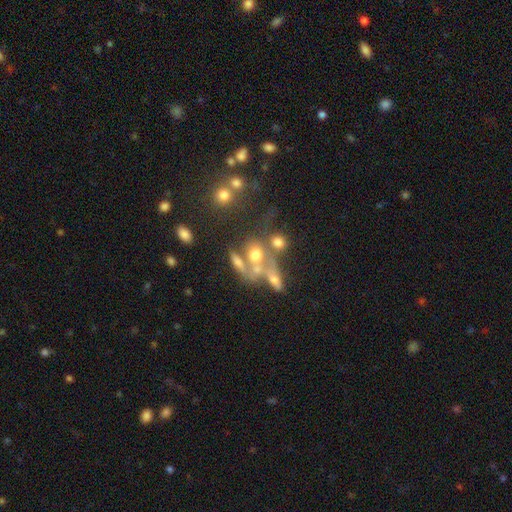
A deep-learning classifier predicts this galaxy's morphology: This appears to be a featured or disk galaxy (41%). Merging: merger (44%).